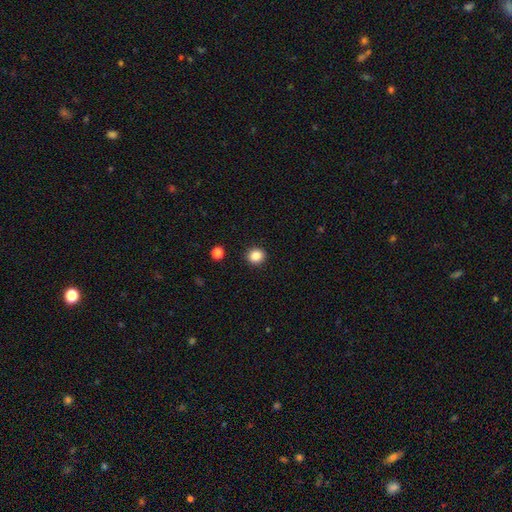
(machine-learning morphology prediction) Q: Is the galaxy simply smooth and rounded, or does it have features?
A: smooth — 87%.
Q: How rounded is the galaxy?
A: round — 85%.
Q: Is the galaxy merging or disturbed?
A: none — 92%.